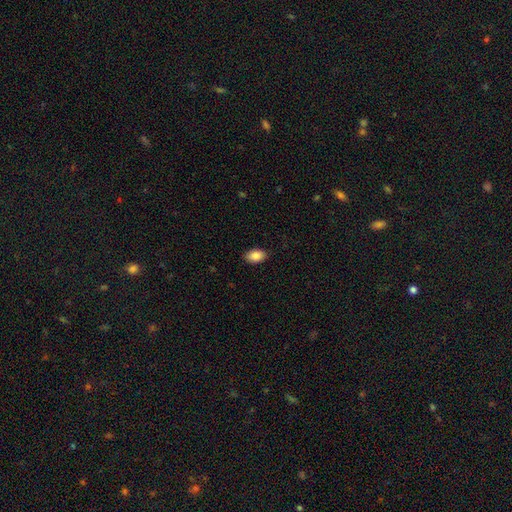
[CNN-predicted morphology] smooth_or_featured: smooth (p=0.87) [alt: star or artifact p=0.07]
how_rounded: in between (p=0.92) [alt: round p=0.07]
merging: none (p=0.89) [alt: minor disturbance p=0.09]